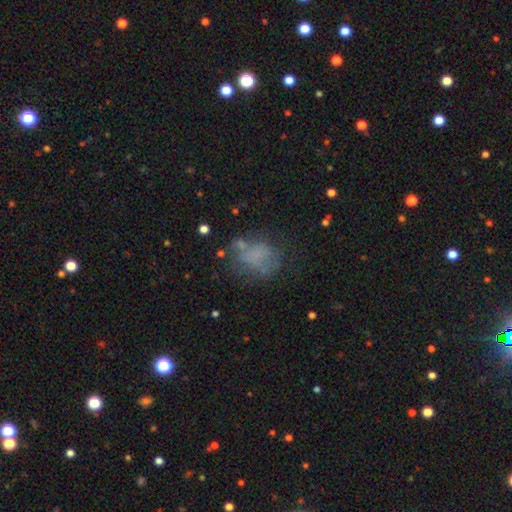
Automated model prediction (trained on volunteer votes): The model was most divided on "how rounded": in between: 56%, round: 42%, cigar-shaped: 2%. Remaining: smooth or featured — smooth (54%); merging — none (48%).